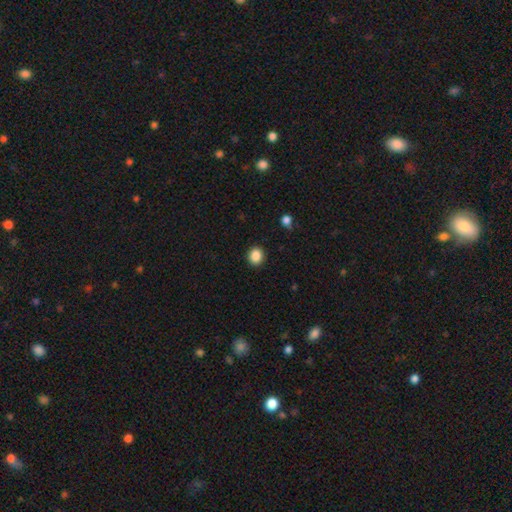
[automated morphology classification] smooth-or-featured: smooth: 87% | star or artifact: 10% | featured or disk: 3%
  how-rounded: round: 73% | in between: 26% | cigar-shaped: 1%
  merging: none: 91% | minor disturbance: 6% | major disturbance: 2% | merger: 1%